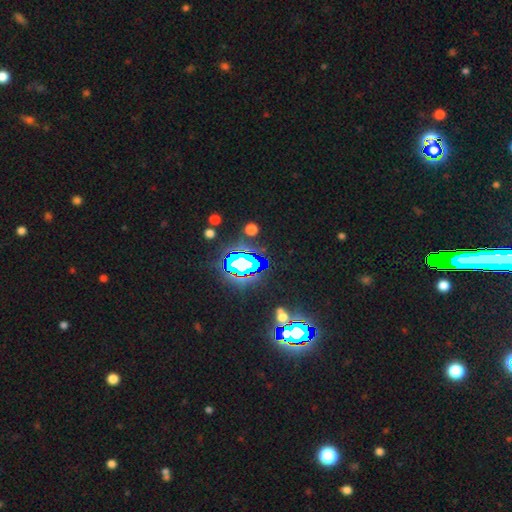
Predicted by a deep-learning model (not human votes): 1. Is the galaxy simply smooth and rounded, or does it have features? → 80% star or artifact, 11% smooth, 9% featured or disk.